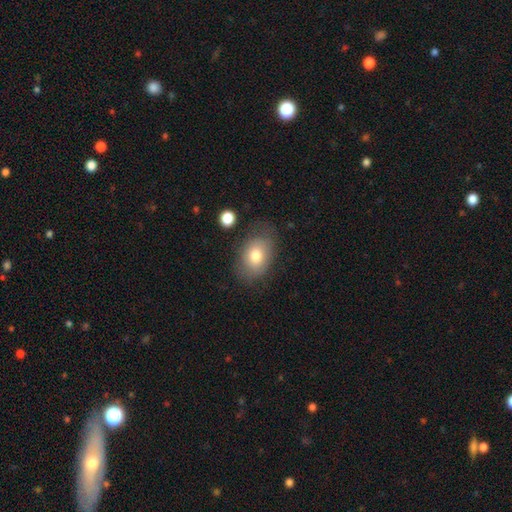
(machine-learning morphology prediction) Overall: smooth (77%). How rounded: in between (78%). Merging: none (69%).